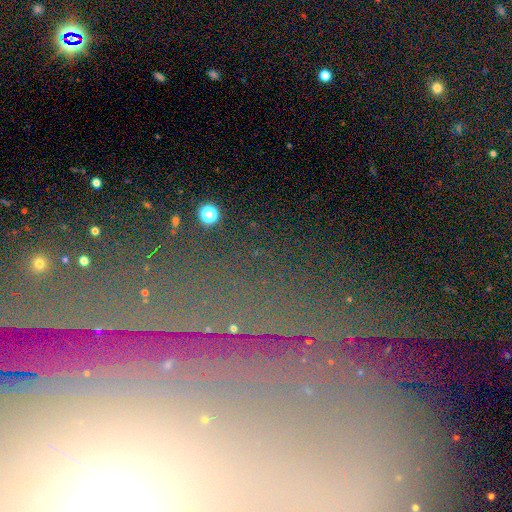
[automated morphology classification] Smooth or featured?
  - star or artifact: 55% *
  - featured or disk: 29%
  - smooth: 17%